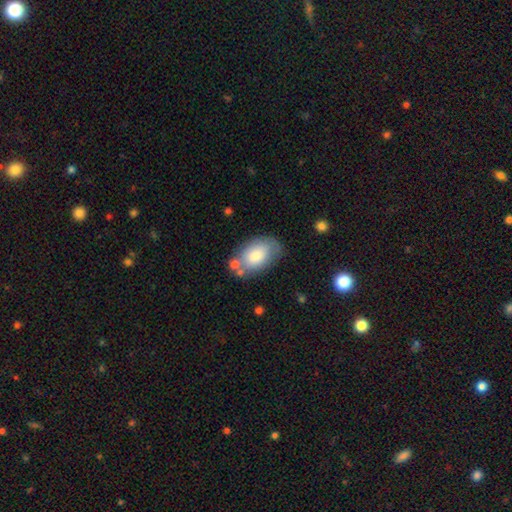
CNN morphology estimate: This appears to be a smooth galaxy with no disk features (77%) that is in between round and cigar-shaped (91%). Merging: none (66%).